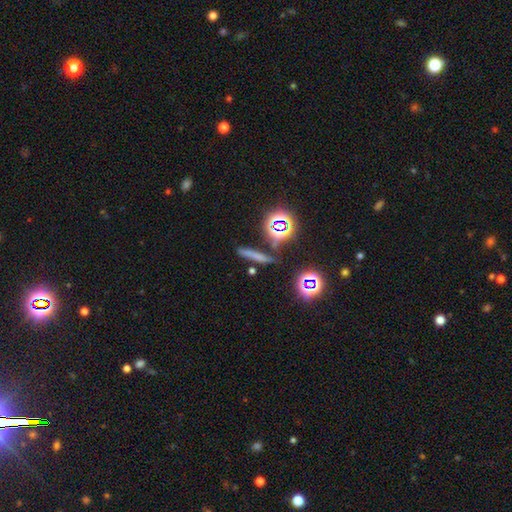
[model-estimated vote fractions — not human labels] Overall: smooth (57%; star or artifact 26%). How rounded: cigar-shaped (84%). Merging: none (76%).